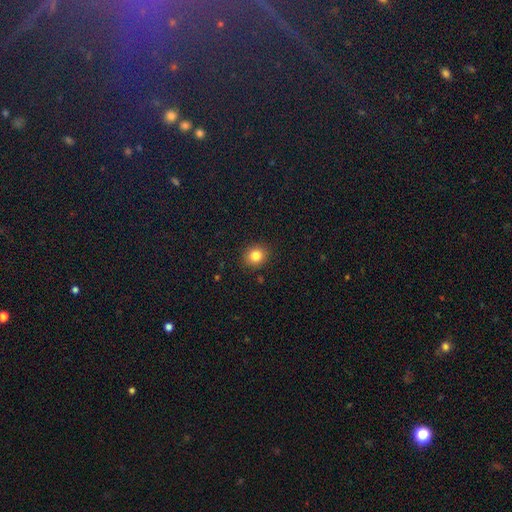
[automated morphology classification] Q: Smooth or featured?
A: smooth (83%); runner-up: star or artifact (11%)
Q: How rounded?
A: round (77%); runner-up: in between (23%)
Q: Merging?
A: none (89%); runner-up: minor disturbance (7%)